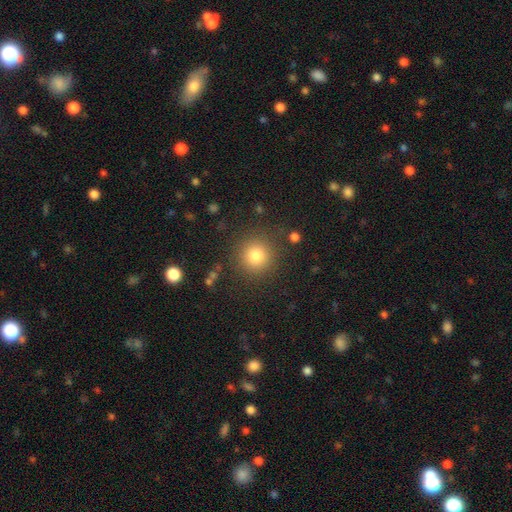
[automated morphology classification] Smooth or featured? Predicted: smooth (p=0.81). How rounded? Predicted: round (p=0.93). Merging? Predicted: none (p=0.87).